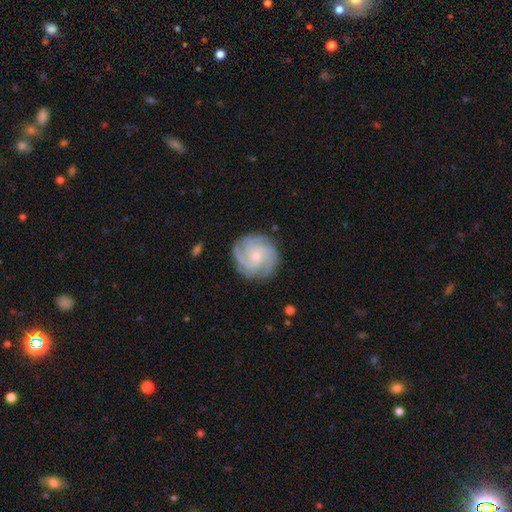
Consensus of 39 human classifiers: Smooth or featured? featured or disk (95%)
Edge-on disk? no (100%)
Bar? no (78%)
Spiral arms? yes (100%)
Spiral winding? tight (49%, tied with medium)
Spiral arm count? 4 (41%)
Bulge size? small (76%)
Merging? none (79%)